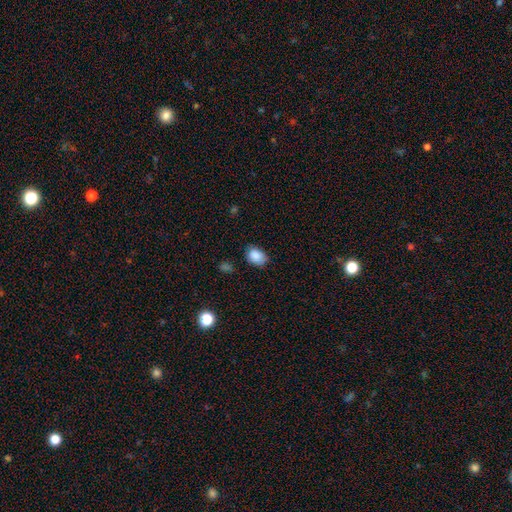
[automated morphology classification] Q: Smooth or featured?
A: smooth (86%); runner-up: star or artifact (8%)
Q: How rounded?
A: in between (76%); runner-up: round (23%)
Q: Merging?
A: none (71%); runner-up: minor disturbance (23%)